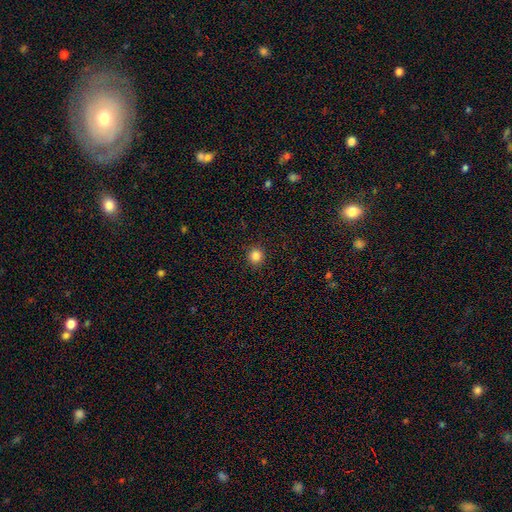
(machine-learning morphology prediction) This is clearly a smooth galaxy (85%). How rounded: clearly round (93%). Merging: clearly none (92%).